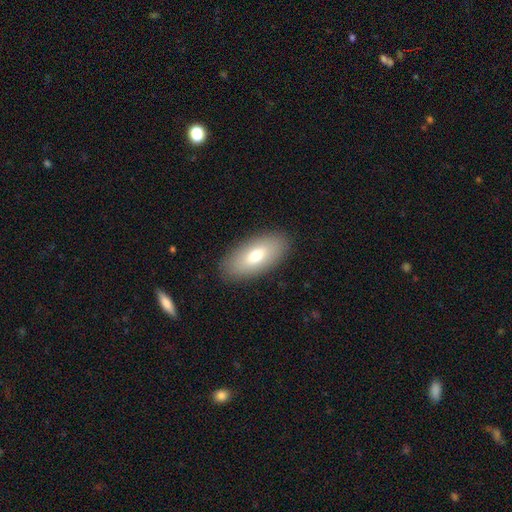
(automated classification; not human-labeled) smooth-or-featured: smooth: 72% | featured or disk: 21% | star or artifact: 7%
  how-rounded: in between: 90% | cigar-shaped: 7% | round: 3%
  merging: none: 88% | minor disturbance: 8% | major disturbance: 2% | merger: 1%